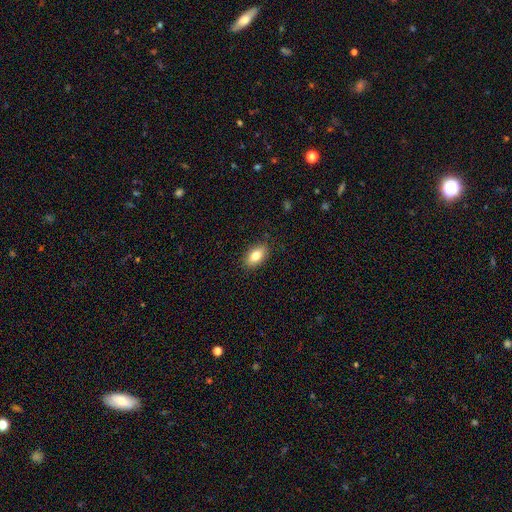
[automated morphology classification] This appears to be a smooth galaxy with no disk features (81%) that is in between round and cigar-shaped (90%). Merging: none (87%).